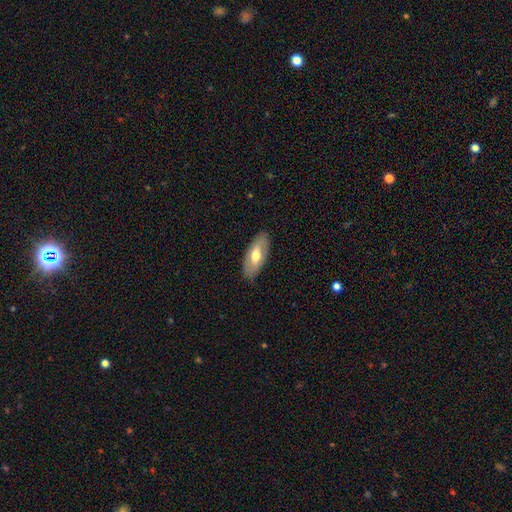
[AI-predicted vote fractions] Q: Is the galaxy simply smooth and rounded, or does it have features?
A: smooth — 54%.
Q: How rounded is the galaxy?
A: in between — 84%.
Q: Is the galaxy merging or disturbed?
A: none — 85%.